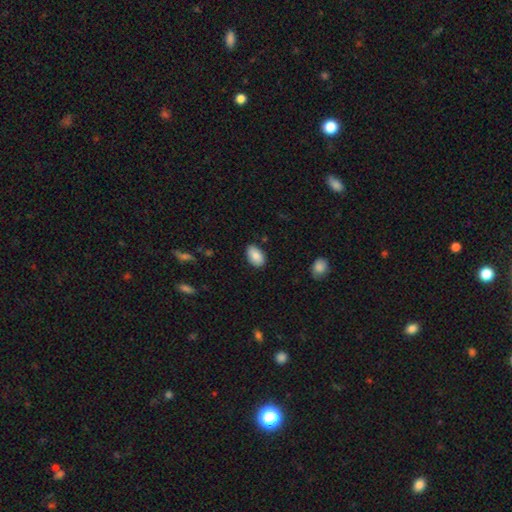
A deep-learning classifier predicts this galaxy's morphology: smooth-or-featured: smooth: 84% | featured or disk: 9% | star or artifact: 7%
  how-rounded: in between: 92% | round: 7% | cigar-shaped: 1%
  merging: none: 85% | minor disturbance: 12% | major disturbance: 2% | merger: 1%